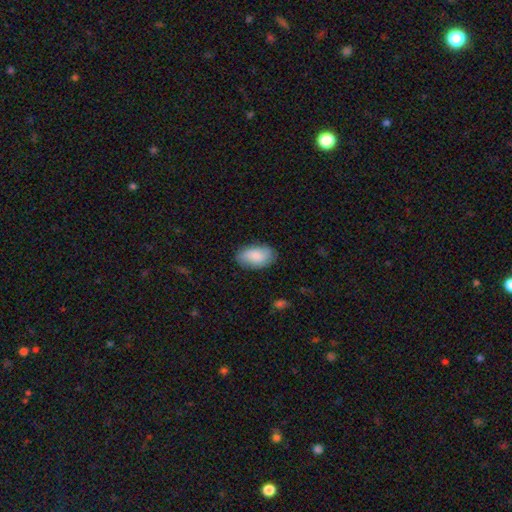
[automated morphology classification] A smooth galaxy with no disk features (83%) that is in between round and cigar-shaped (94%).

Vote fractions:
- Smooth or featured? smooth: 83% / featured or disk: 11% / star or artifact: 6%
- How rounded? in between: 94% / round: 4% / cigar-shaped: 2%
- Merging? none: 82% / minor disturbance: 14% / major disturbance: 3% / merger: 1%